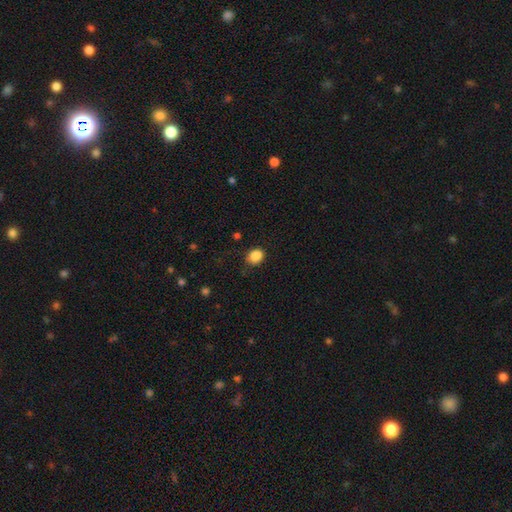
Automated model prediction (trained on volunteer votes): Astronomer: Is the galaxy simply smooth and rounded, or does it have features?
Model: smooth — 86%.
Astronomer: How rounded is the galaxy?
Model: round — 56% (runner-up: in between, 43%).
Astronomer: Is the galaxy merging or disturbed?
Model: none — 73%.